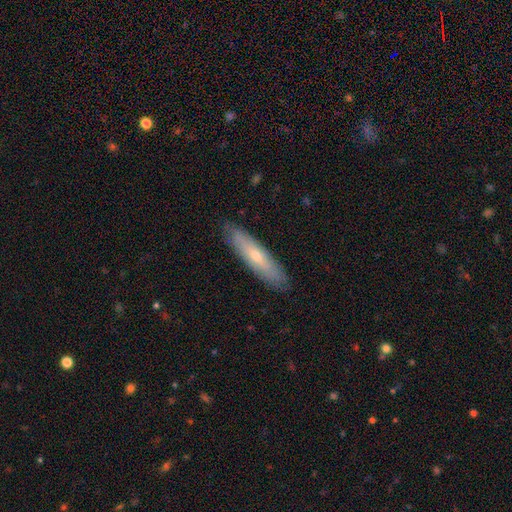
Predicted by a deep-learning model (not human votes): smooth-or-featured: smooth: 49% | featured or disk: 45% | star or artifact: 6%
  merging: none: 87% | minor disturbance: 10% | major disturbance: 2% | merger: 1%